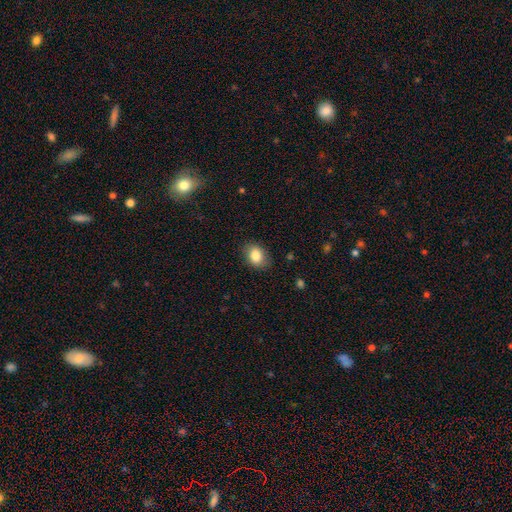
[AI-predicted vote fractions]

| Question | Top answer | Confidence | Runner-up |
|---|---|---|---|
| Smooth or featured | smooth | 84% | star or artifact (8%) |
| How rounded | in between | 71% | round (28%) |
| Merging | none | 83% | minor disturbance (13%) |